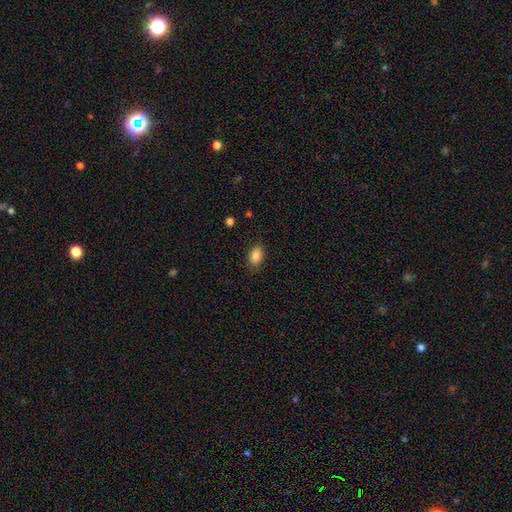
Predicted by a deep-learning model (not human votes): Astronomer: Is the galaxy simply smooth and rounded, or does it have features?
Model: smooth — 86%.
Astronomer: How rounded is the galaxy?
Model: in between — 89%.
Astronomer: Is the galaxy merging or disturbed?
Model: none — 83%.